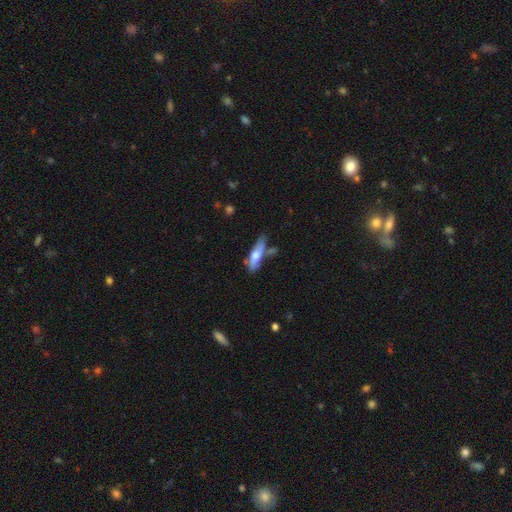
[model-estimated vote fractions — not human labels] The model was most divided on "smooth or featured": smooth: 54%, featured or disk: 40%, star or artifact: 6%. More confident: how rounded — cigar-shaped (60%); merging — none (51%).